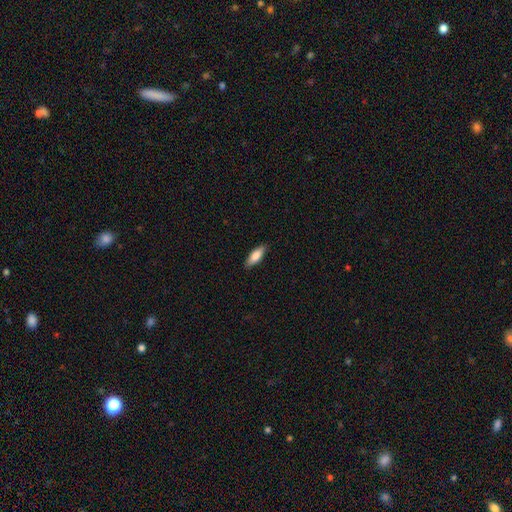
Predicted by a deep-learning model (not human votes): This is clearly a smooth galaxy (81%). How rounded: likely in between (66%). Merging: clearly none (88%).